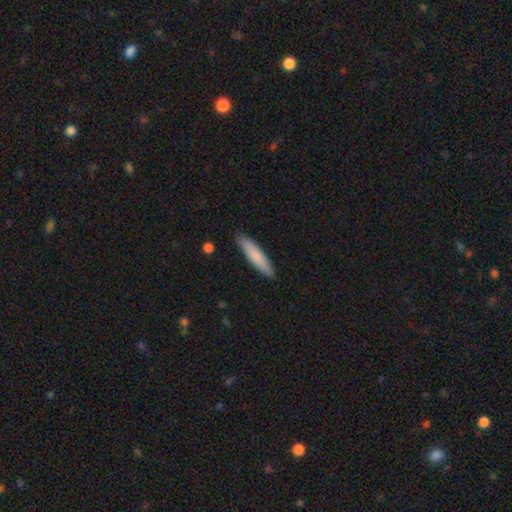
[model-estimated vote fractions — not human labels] Smooth or featured: smooth — 82% (featured or disk — 13%)
How rounded: cigar-shaped — 85% (in between — 14%)
Merging: none — 90% (minor disturbance — 8%)